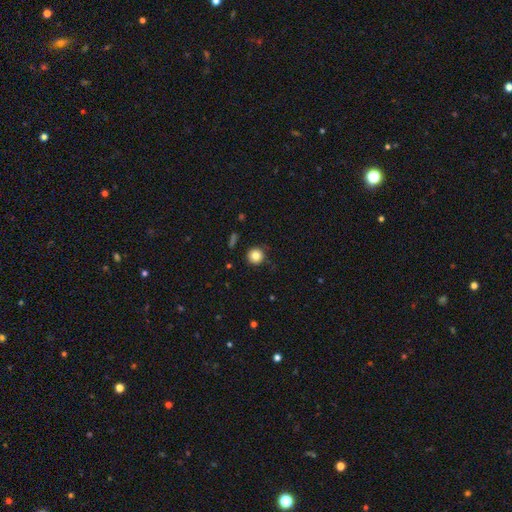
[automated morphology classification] Smooth or featured: smooth — 82% (star or artifact — 10%)
How rounded: round — 94% (in between — 5%)
Merging: none — 86% (minor disturbance — 10%)